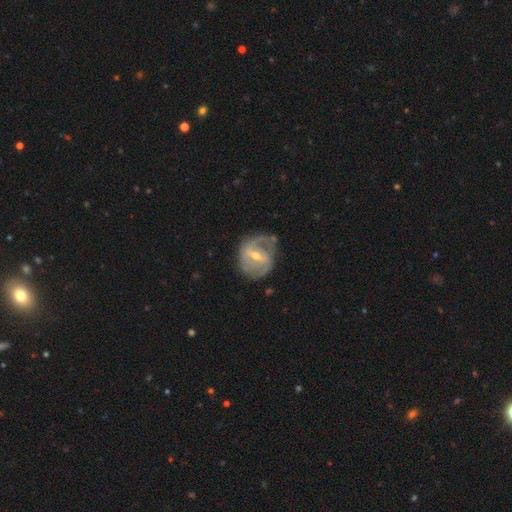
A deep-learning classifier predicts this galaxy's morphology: A featured or disk galaxy (81%) with a weak bar (48%), 2 (59%) medium (42%) spiral arms (86%) and a moderate central bulge (52%). Merging: none (58%).